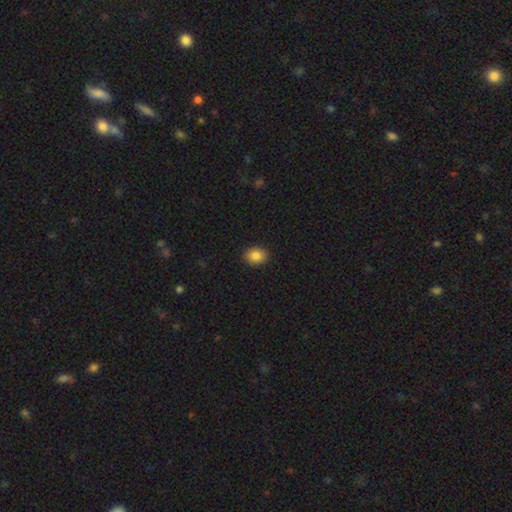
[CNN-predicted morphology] type=smooth (85%); roundness=in between (56%); merging=none (91%).